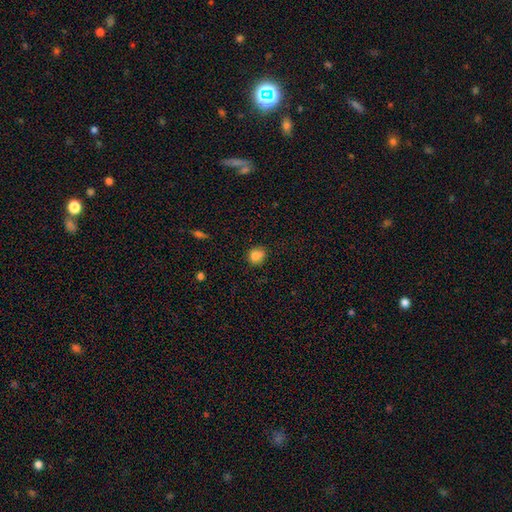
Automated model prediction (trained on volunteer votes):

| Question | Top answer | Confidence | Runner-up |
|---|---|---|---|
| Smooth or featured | smooth | 79% | star or artifact (11%) |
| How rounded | round | 73% | in between (26%) |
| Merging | none | 62% | minor disturbance (21%) |